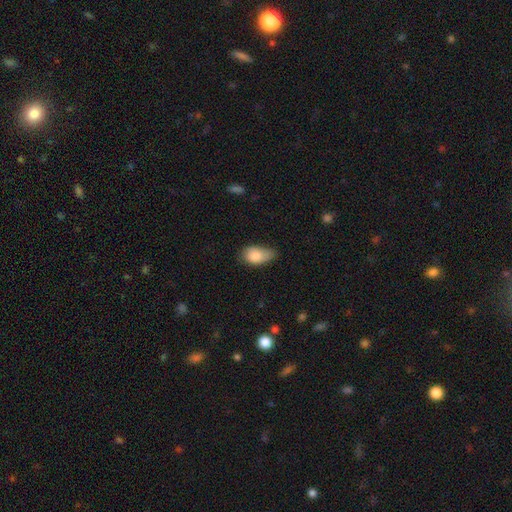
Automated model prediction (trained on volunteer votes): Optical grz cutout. It shows a smooth galaxy with no disk features (85%) that is in between round and cigar-shaped (91%). Merging: none (46%).